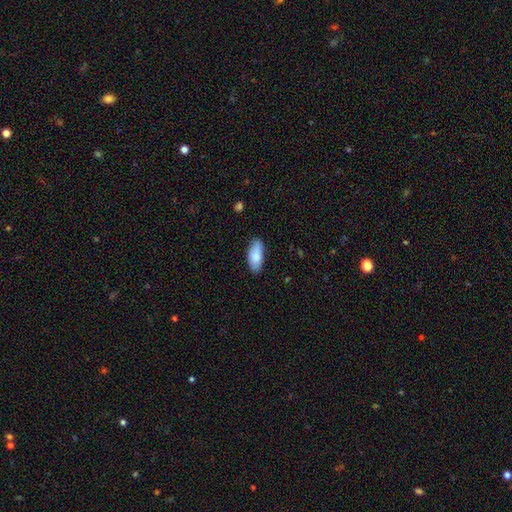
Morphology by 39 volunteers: Smooth or featured? 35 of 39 (90%) said smooth. How rounded? 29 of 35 (83%) said in between. Merging? 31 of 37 (84%) said none.